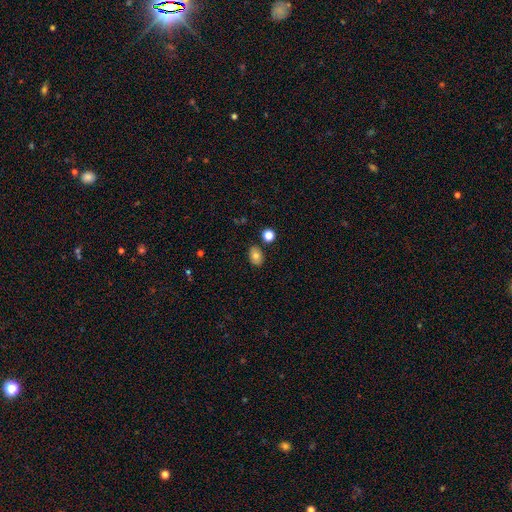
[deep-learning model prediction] smooth-or-featured: smooth: 76% | featured or disk: 13% | star or artifact: 11%
  how-rounded: in between: 72% | round: 27% | cigar-shaped: 1%
  merging: none: 84% | minor disturbance: 10% | merger: 4% | major disturbance: 2%